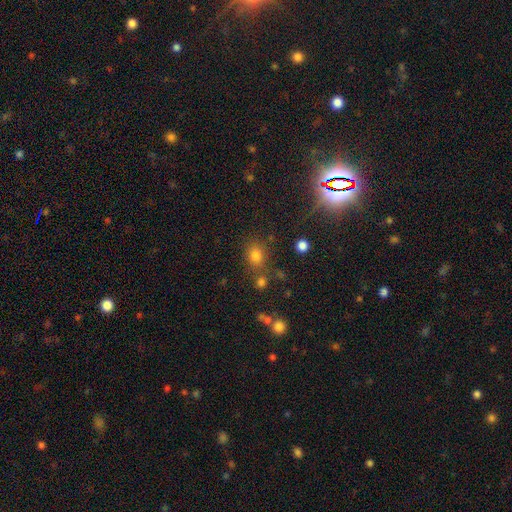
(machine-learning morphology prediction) Smooth or featured? Predicted: smooth (p=0.76). How rounded? Predicted: round (p=0.65). Merging? Predicted: none (p=0.72).